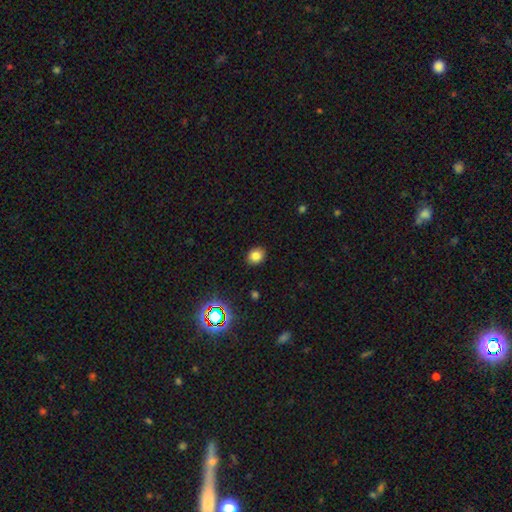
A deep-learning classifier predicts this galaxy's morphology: smooth_or_featured: smooth (p=0.80) [alt: star or artifact p=0.13]
how_rounded: round (p=0.53) [alt: in between p=0.47]
merging: none (p=0.90) [alt: minor disturbance p=0.07]